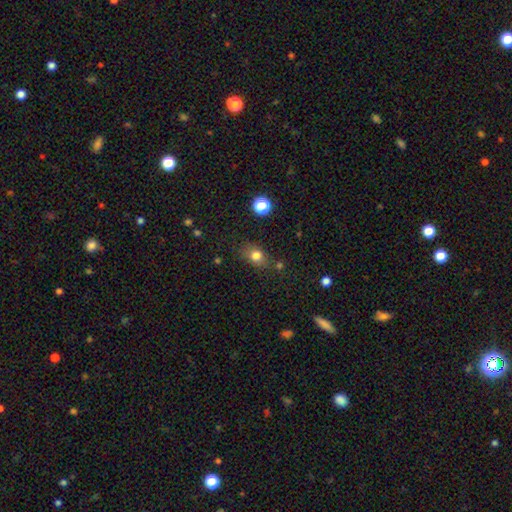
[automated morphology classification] Smooth or featured? Predicted: smooth (p=0.78). How rounded? Predicted: in between (p=0.56). Merging? Predicted: none (p=0.73).